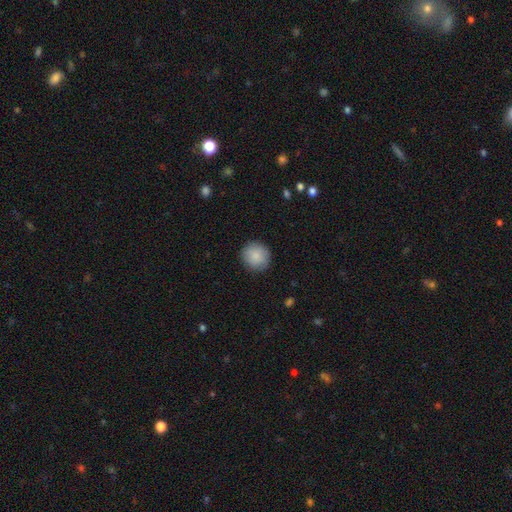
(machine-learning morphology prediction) This appears to be a smooth galaxy with no disk features (88%) that is round (92%). Merging: none (89%).